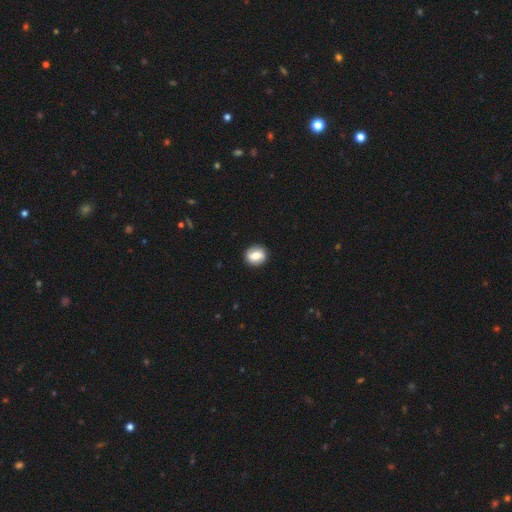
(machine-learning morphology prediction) Smooth or featured? Predicted: smooth (p=0.65). How rounded? Predicted: round (p=0.75). Merging? Predicted: none (p=0.89).